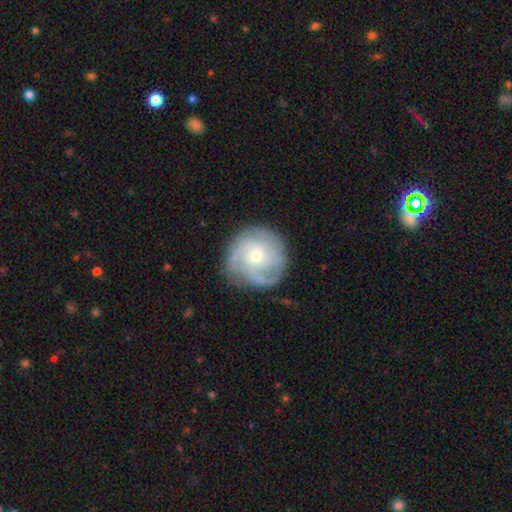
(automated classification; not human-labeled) smooth-or-featured: featured or disk: 71% | smooth: 23% | star or artifact: 7%
  disk-edge-on: no: 98% | yes: 2%
    bar: no: 74% | weak: 23% | strong: 3%
    has-spiral-arms: yes: 91% | no: 9%
      spiral-winding: tight: 51% | medium: 35% | loose: 13%
      spiral-arm-count: 3: 32% | can't tell: 29% | 2: 14% | 4: 13% | 1: 6% | more than 4: 5%
    bulge-size: small: 52% | moderate: 43% | large: 2% | none: 1% | dominant: 1%
  merging: none: 77% | minor disturbance: 16% | major disturbance: 6% | merger: 1%